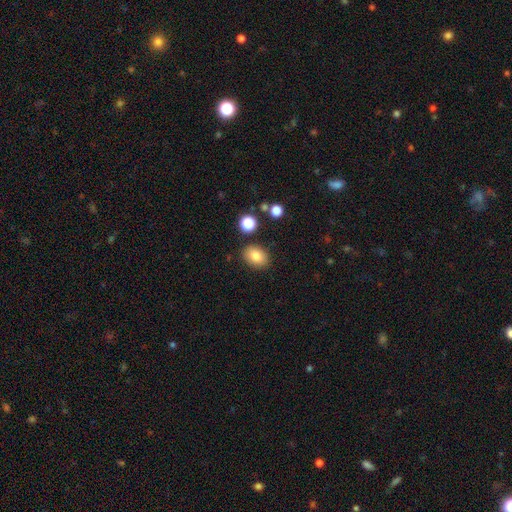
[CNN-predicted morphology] The model was most divided on "how rounded": in between: 73%, round: 26%, cigar-shaped: 1%. More confident: merging — none (85%); smooth or featured — smooth (82%).